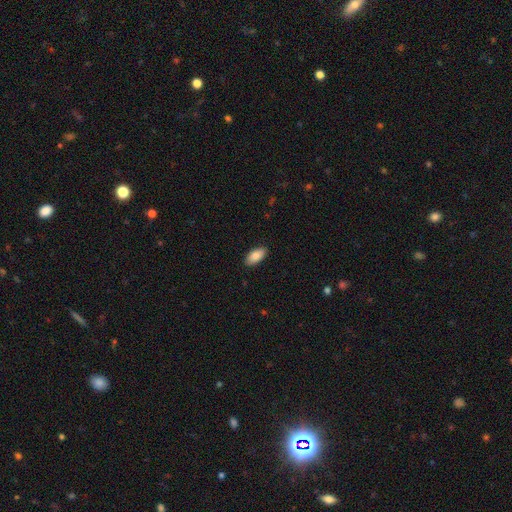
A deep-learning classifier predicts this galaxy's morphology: smooth 87%, featured or disk 6%, star or artifact 6%. Down the decision tree: how rounded — in between (93%); merging — none (89%).